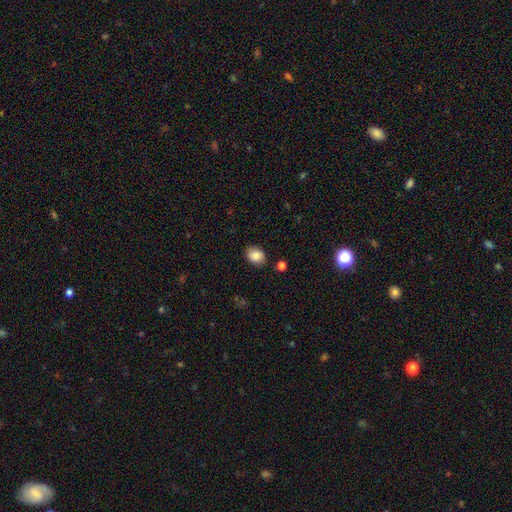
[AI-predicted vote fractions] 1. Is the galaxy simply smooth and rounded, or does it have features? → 85% smooth, 9% star or artifact, 7% featured or disk.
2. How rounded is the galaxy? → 62% in between, 37% round, 1% cigar-shaped.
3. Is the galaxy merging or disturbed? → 85% none, 10% minor disturbance, 2% major disturbance, 2% merger.